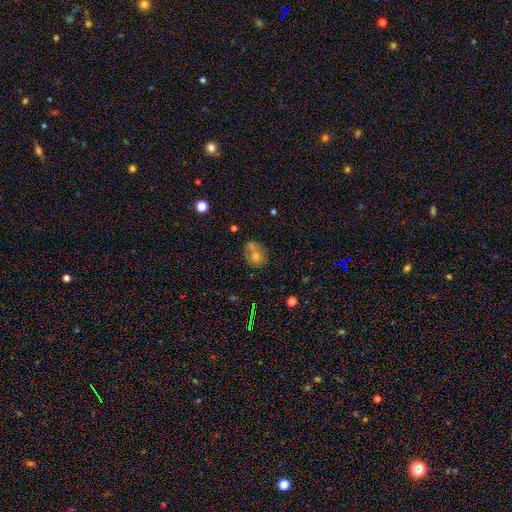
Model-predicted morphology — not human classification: type=smooth (45%); merging=none (51%).